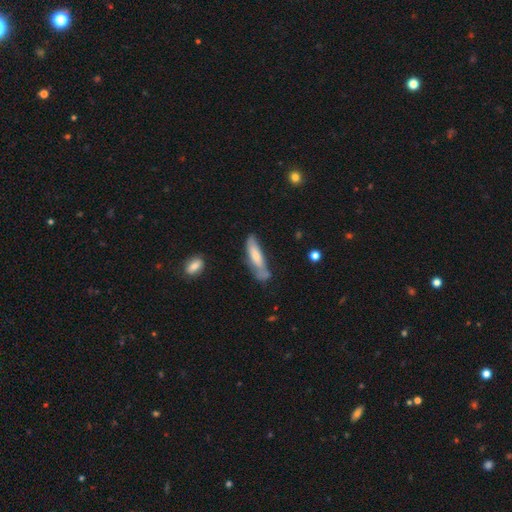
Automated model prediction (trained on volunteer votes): Morphology: type=smooth (55%); roundness=cigar-shaped (69%); merging=none (54%).